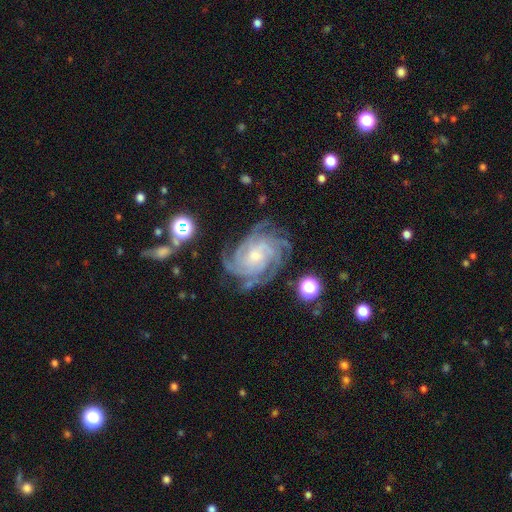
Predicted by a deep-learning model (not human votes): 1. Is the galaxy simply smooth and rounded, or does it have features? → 90% featured or disk, 6% star or artifact, 4% smooth.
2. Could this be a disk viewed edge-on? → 98% no, 2% yes.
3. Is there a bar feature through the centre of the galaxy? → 63% no, 29% weak, 8% strong.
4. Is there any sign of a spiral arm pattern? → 98% yes, 2% no.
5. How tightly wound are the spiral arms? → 72% tight, 24% medium, 4% loose.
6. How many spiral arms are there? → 34% 4, 22% more than 4, 16% can't tell, 13% 3, 8% 2, 7% 1.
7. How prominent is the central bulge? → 61% small, 33% moderate, 3% none, 3% large, 1% dominant.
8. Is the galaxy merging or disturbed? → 75% none, 16% minor disturbance, 6% major disturbance, 2% merger.